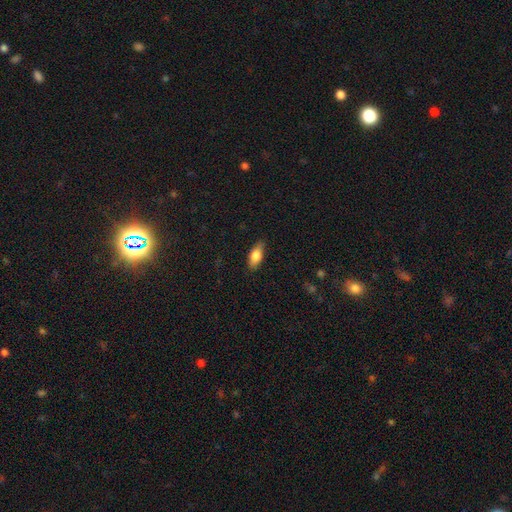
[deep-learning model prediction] smooth 78%, featured or disk 15%, star or artifact 7%. Down the decision tree: how rounded — in between (82%); merging — none (85%).